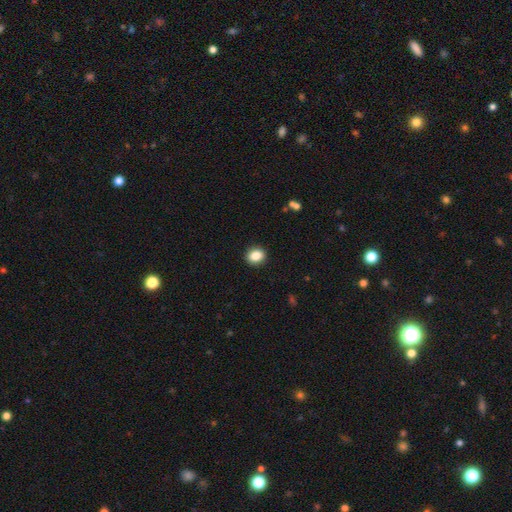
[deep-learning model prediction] smooth_or_featured: smooth (p=0.86) [alt: star or artifact p=0.09]
how_rounded: round (p=0.59) [alt: in between p=0.40]
merging: none (p=0.91) [alt: minor disturbance p=0.06]